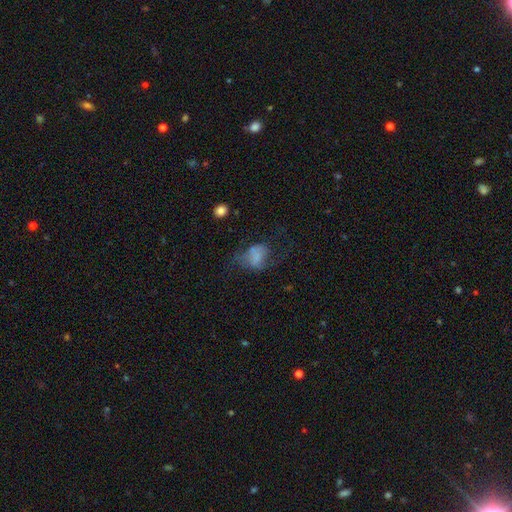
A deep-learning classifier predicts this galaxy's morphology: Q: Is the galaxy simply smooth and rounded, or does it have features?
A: smooth — 56%.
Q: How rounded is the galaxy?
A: in between — 72%.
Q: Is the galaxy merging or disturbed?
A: major disturbance — 40%.